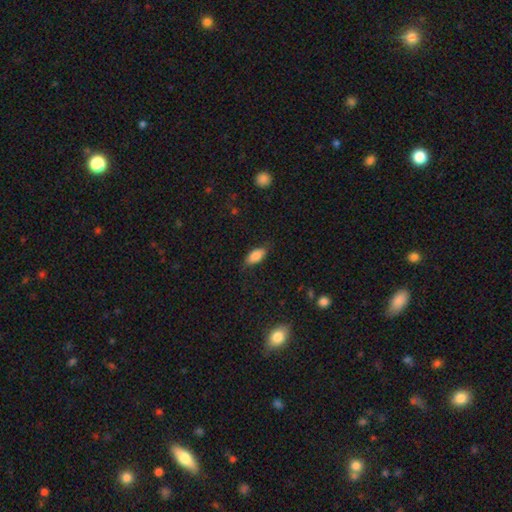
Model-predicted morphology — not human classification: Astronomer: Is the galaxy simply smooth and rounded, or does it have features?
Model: smooth — 82%.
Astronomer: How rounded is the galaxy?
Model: in between — 87%.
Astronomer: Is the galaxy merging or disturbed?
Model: none — 76%.